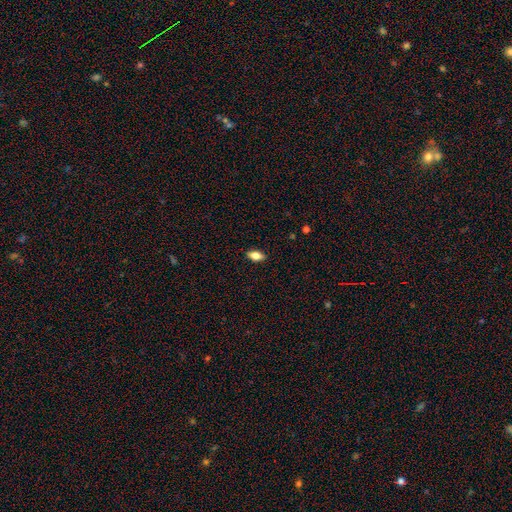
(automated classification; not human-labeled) The model was most divided on "smooth or featured": smooth: 77%, featured or disk: 15%, star or artifact: 8%. More confident: merging — none (88%); how rounded — in between (87%).